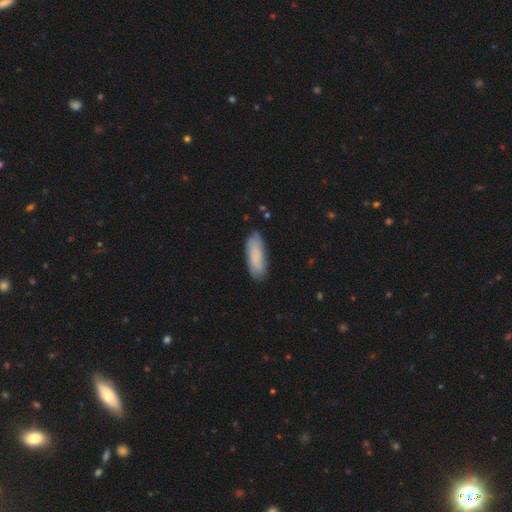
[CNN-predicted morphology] Smooth or featured?
  - smooth: 80% *
  - featured or disk: 14%
  - star or artifact: 6%
How rounded?
  - in between: 63% *
  - cigar-shaped: 35%
  - round: 2%
Merging?
  - none: 77% *
  - minor disturbance: 18%
  - major disturbance: 3%
  - merger: 2%